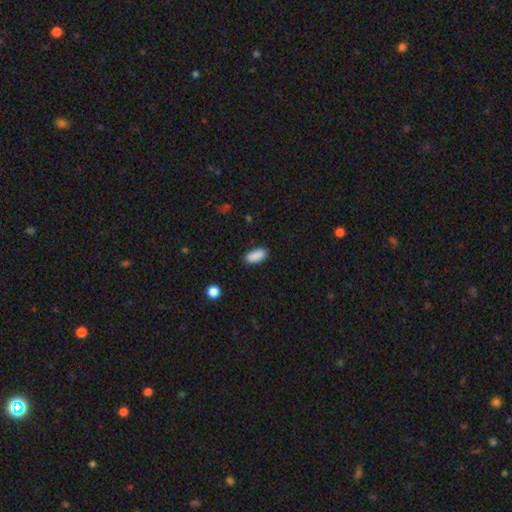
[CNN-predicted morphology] smooth_or_featured: smooth (p=0.89) [alt: star or artifact p=0.07]
how_rounded: in between (p=0.86) [alt: cigar-shaped p=0.12]
merging: none (p=0.86) [alt: minor disturbance p=0.11]